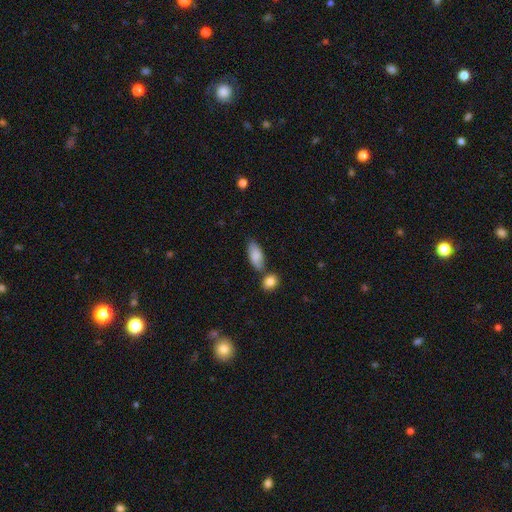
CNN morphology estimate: A smooth galaxy with no disk features (81%) that is in between round and cigar-shaped (87%). Merging: none (62%).